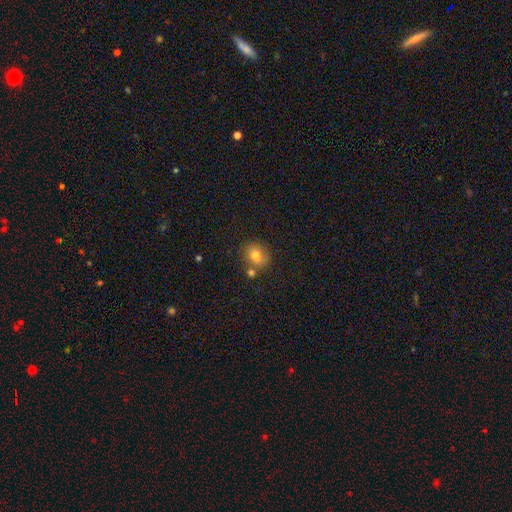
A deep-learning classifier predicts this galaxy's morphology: Smooth or featured? Predicted: smooth (p=0.78). How rounded? Predicted: round (p=0.64). Merging? Predicted: none (p=0.72).